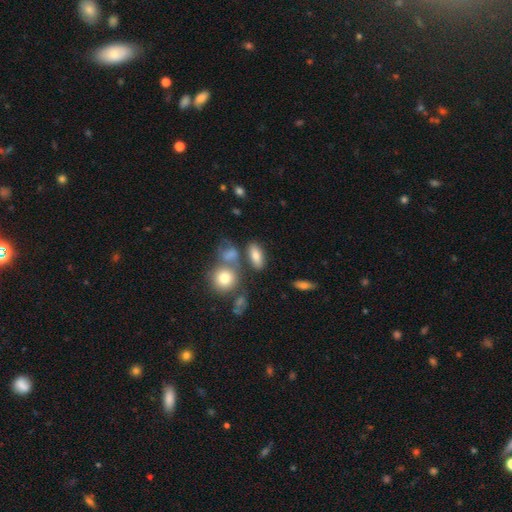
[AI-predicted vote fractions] The model was most divided on "merging": none: 64%, merger: 17%, minor disturbance: 13%, major disturbance: 5%. More confident: how rounded — in between (78%); smooth or featured — smooth (78%).